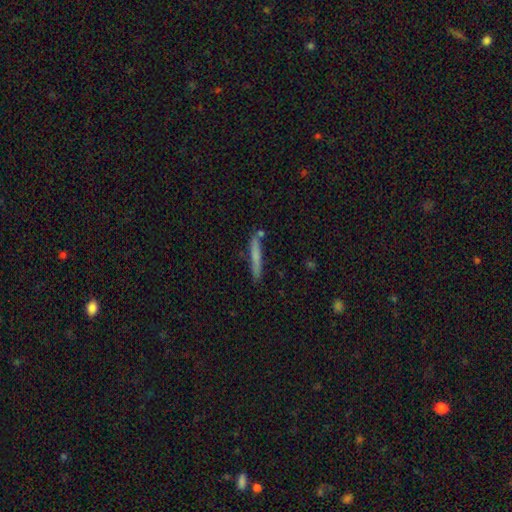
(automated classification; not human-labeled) The model was most divided on "smooth or featured": smooth: 66%, featured or disk: 27%, star or artifact: 7%. More confident: how rounded — cigar-shaped (95%); merging — none (78%).